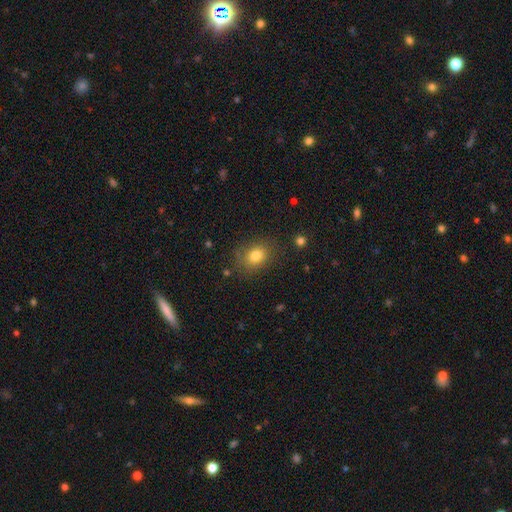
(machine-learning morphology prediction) type=smooth (80%); roundness=in between (53%); merging=none (79%).